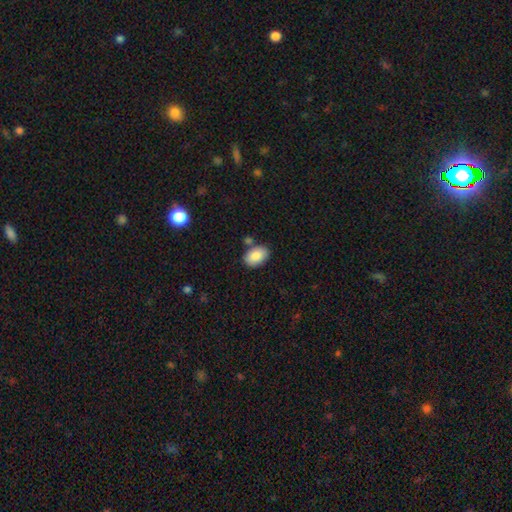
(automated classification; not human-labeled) Smooth or featured? smooth (85%)
How rounded? in between (89%)
Merging? none (76%)